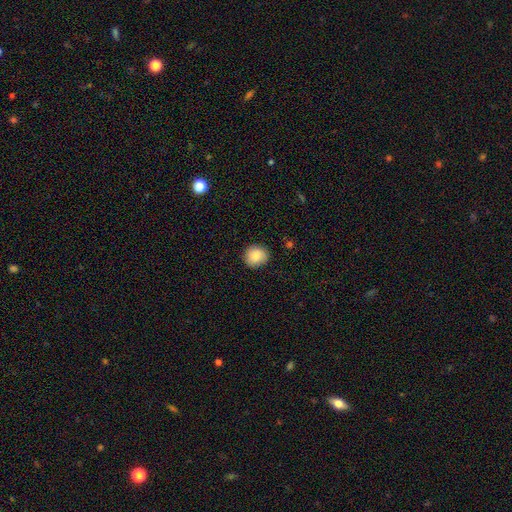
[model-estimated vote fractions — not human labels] Q: Smooth or featured?
A: smooth (85%); runner-up: star or artifact (8%)
Q: How rounded?
A: round (85%); runner-up: in between (14%)
Q: Merging?
A: none (88%); runner-up: minor disturbance (9%)